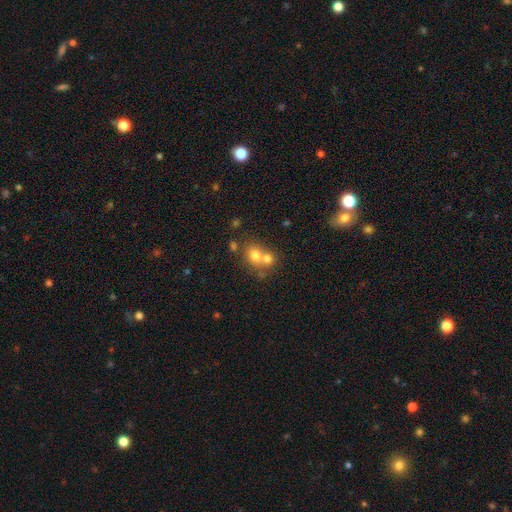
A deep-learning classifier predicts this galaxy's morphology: A smooth galaxy with no disk features (72%) that is round (70%).

Vote fractions:
- Smooth or featured? smooth: 72% / featured or disk: 16% / star or artifact: 13%
- How rounded? round: 70% / in between: 29% / cigar-shaped: 1%
- Merging? merger: 56% / none: 34% / minor disturbance: 6% / major disturbance: 3%